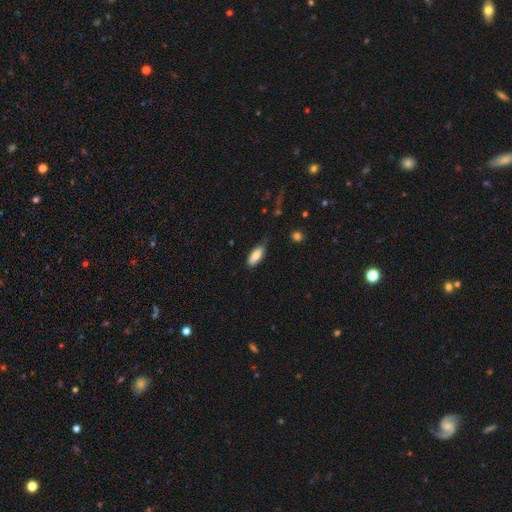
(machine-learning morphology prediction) A smooth galaxy with no disk features (84%) that is in between round and cigar-shaped (80%).

Vote fractions:
- Smooth or featured? smooth: 84% / featured or disk: 10% / star or artifact: 6%
- How rounded? in between: 80% / cigar-shaped: 18% / round: 2%
- Merging? none: 68% / minor disturbance: 26% / major disturbance: 5% / merger: 2%